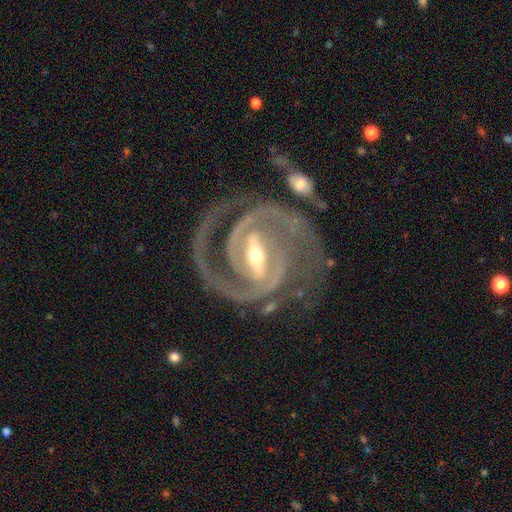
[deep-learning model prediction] A featured or disk galaxy (94%) with a strong bar (70%), 2 (85%) tight (61%) spiral arms (98%) and a moderate central bulge (54%).

Vote fractions:
- Smooth or featured? featured or disk: 94% / star or artifact: 4% / smooth: 2%
- Edge-on disk? no: 97% / yes: 3%
- Bar? strong: 70% / weak: 24% / no: 6%
- Spiral arms? yes: 98% / no: 2%
- Spiral winding? tight: 61% / medium: 35% / loose: 4%
- Spiral arm count? 2: 85% / 3: 7% / can't tell: 3% / 1: 2% / 4: 2% / more than 4: 2%
- Bulge size? moderate: 54% / small: 40% / large: 4% / none: 1% / dominant: 1%
- Merging? none: 71% / minor disturbance: 16% / major disturbance: 9% / merger: 4%